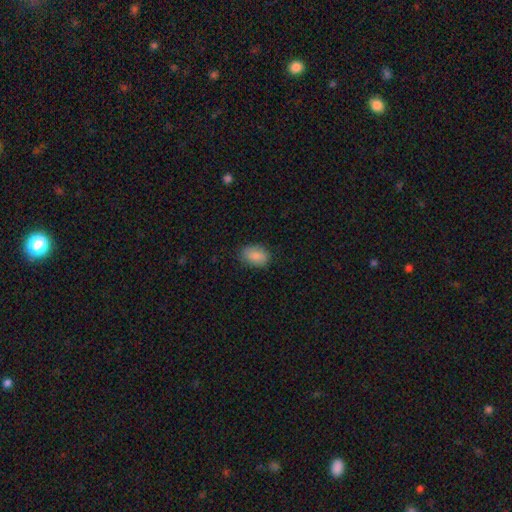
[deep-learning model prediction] smooth_or_featured: smooth (p=0.87) [alt: star or artifact p=0.07]
how_rounded: in between (p=0.86) [alt: round p=0.13]
merging: none (p=0.82) [alt: minor disturbance p=0.14]